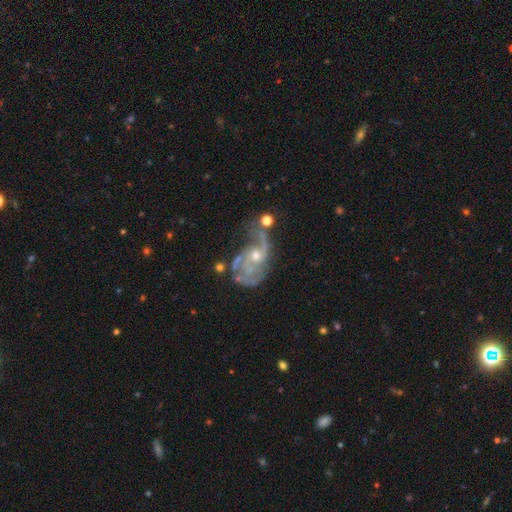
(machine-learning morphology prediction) type=featured or disk (60%); edge-on=no (93%); bar=no (74%); spiral arms=yes (60%); bulge=small (47%); merging=none (37%).